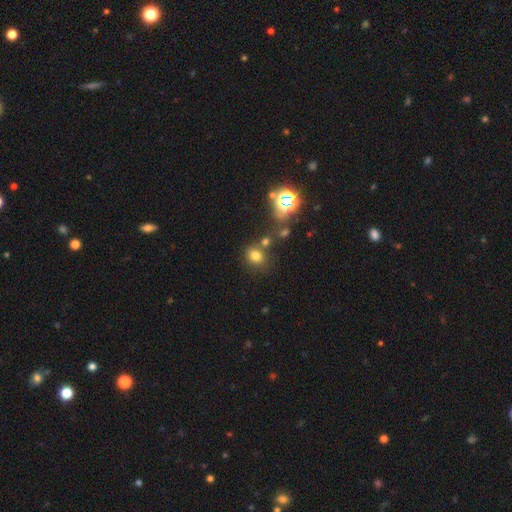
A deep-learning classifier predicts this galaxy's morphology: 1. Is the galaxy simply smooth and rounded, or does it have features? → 72% smooth, 20% star or artifact, 8% featured or disk.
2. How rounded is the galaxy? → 70% round, 29% in between, 1% cigar-shaped.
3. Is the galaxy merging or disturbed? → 66% none, 17% merger, 12% minor disturbance, 5% major disturbance.